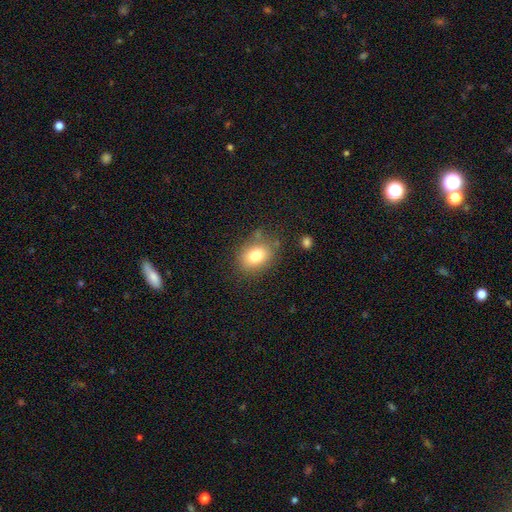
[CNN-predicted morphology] This is likely a smooth galaxy (80%). How rounded: likely in between (67%). Merging: likely none (76%).